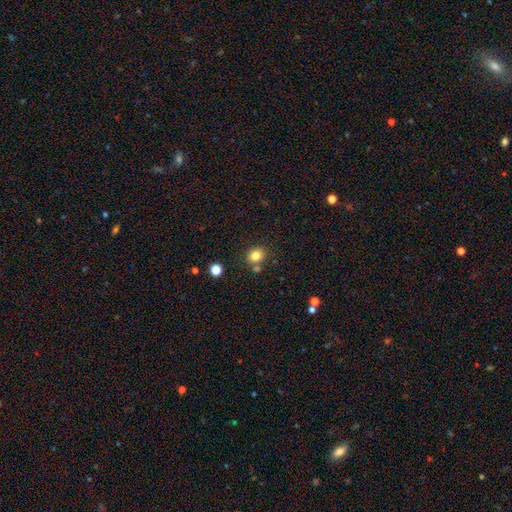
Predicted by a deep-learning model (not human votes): The model was most divided on "how rounded": round: 73%, in between: 27%, cigar-shaped: 1%. More confident: smooth or featured — smooth (82%); merging — none (74%).